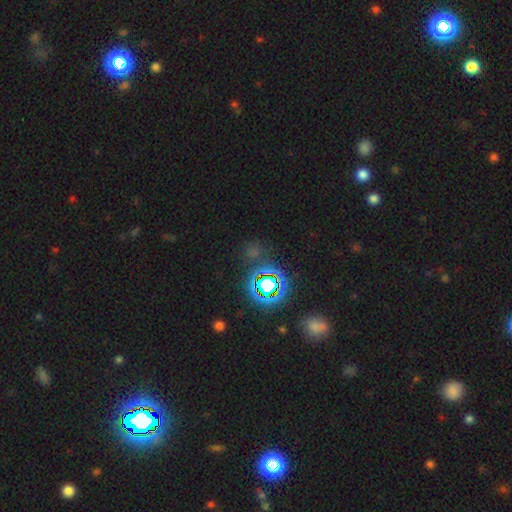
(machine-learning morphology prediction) Smooth or featured? star or artifact (71%)